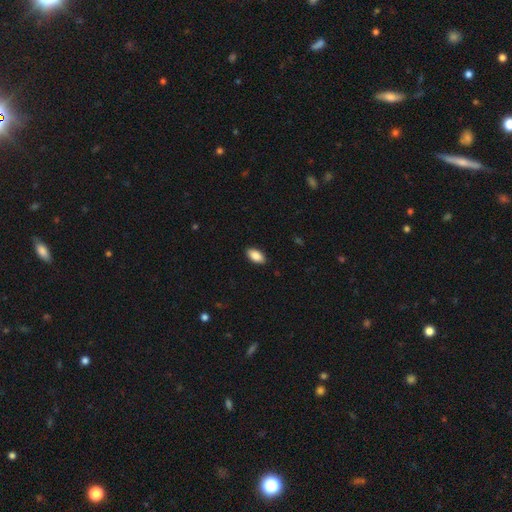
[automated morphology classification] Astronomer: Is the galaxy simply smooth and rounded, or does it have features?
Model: smooth — 88%.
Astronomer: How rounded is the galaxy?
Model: in between — 94%.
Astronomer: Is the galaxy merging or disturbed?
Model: none — 89%.